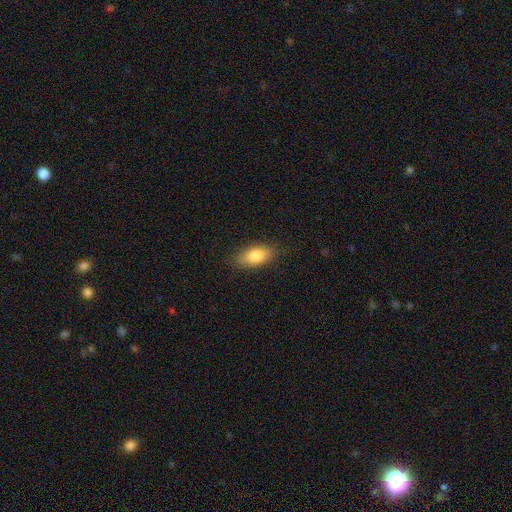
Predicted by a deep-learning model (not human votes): This is clearly a smooth galaxy (82%). How rounded: clearly in between (87%). Merging: clearly none (84%).